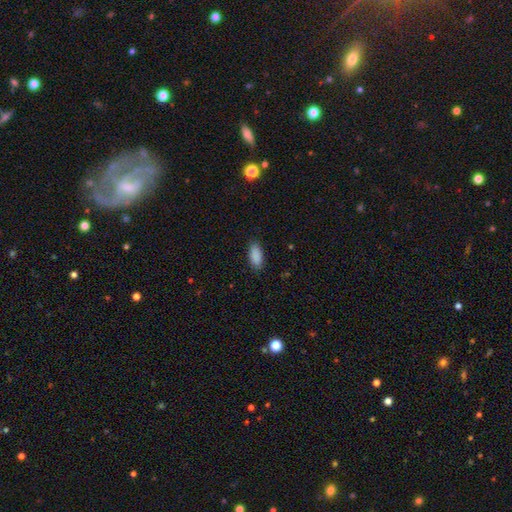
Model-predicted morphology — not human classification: Smooth or featured?
  - smooth: 90% *
  - star or artifact: 7%
  - featured or disk: 3%
How rounded?
  - in between: 89% *
  - cigar-shaped: 9%
  - round: 2%
Merging?
  - none: 86% *
  - minor disturbance: 11%
  - major disturbance: 2%
  - merger: 1%